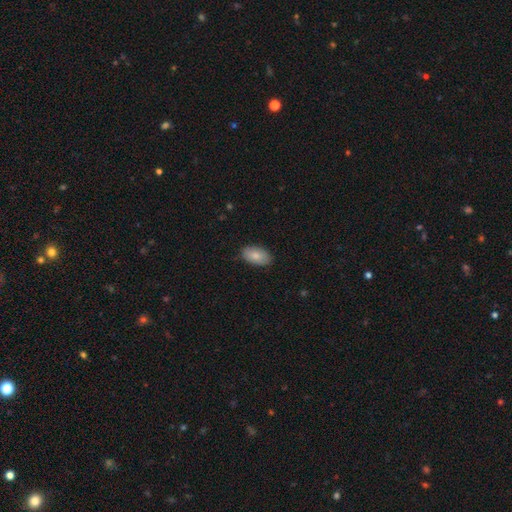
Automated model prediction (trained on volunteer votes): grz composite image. It shows a smooth galaxy with no disk features (84%) that is in between round and cigar-shaped (94%). Merging: none (84%).